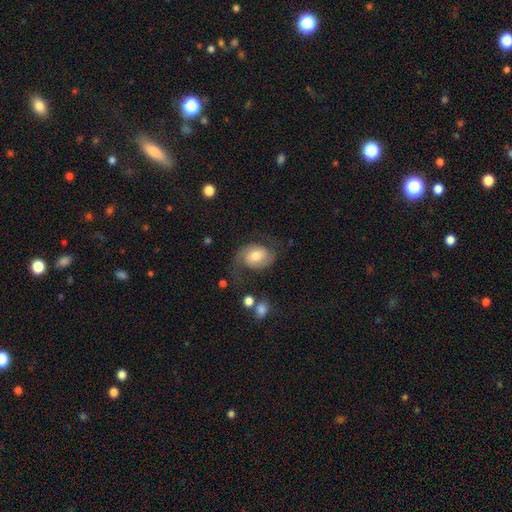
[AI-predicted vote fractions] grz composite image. It shows a featured or disk galaxy (65%) with no bar (57%), 2 (84%) medium (42%) spiral arms (91%) and a moderate central bulge (62%). Merging: none (58%).